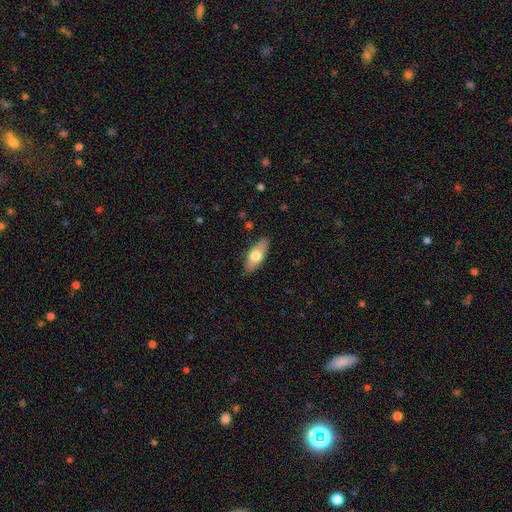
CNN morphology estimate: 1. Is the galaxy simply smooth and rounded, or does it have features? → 66% smooth, 28% featured or disk, 6% star or artifact.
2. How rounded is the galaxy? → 78% in between, 19% cigar-shaped, 3% round.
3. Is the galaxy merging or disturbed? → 85% none, 11% minor disturbance, 2% major disturbance, 1% merger.